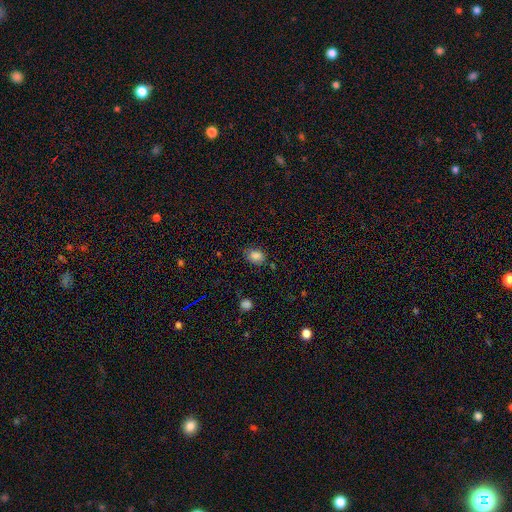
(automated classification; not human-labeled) Smooth or featured?
  - smooth: 85% *
  - star or artifact: 10%
  - featured or disk: 6%
How rounded?
  - in between: 68% *
  - round: 31%
  - cigar-shaped: 1%
Merging?
  - none: 76% *
  - minor disturbance: 18%
  - major disturbance: 4%
  - merger: 2%